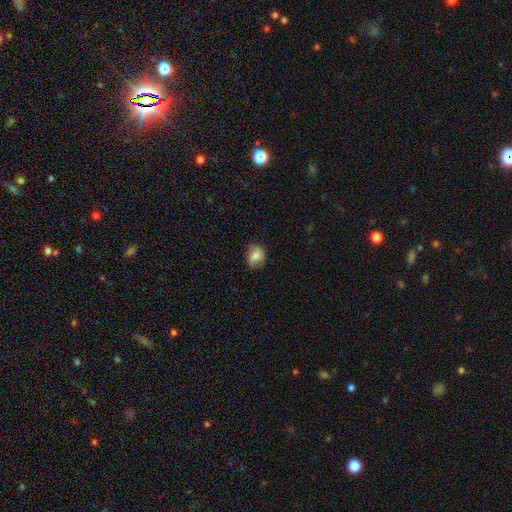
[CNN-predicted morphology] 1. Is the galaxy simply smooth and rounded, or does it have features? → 72% smooth, 19% featured or disk, 9% star or artifact.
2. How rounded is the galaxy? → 55% round, 44% in between, 1% cigar-shaped.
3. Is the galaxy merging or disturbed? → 70% none, 23% minor disturbance, 6% major disturbance, 1% merger.